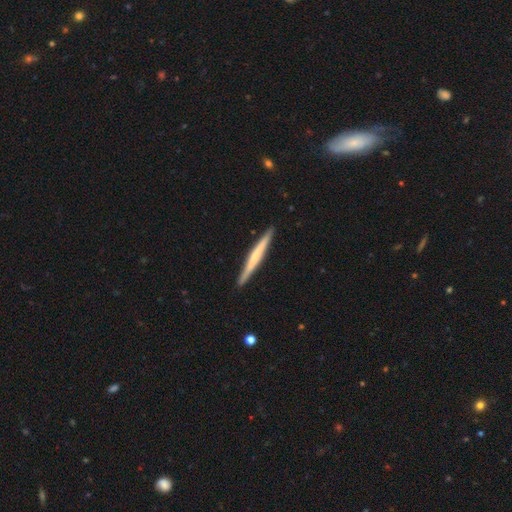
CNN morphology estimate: A featured or disk galaxy (49%).

Vote fractions:
- Smooth or featured? featured or disk: 49% / smooth: 46% / star or artifact: 5%
- Merging? none: 91% / minor disturbance: 6% / major disturbance: 1% / merger: 1%